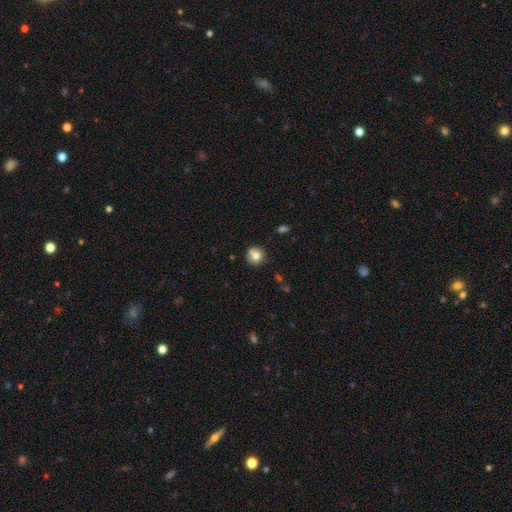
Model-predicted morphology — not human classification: Smooth or featured? Predicted: smooth (p=0.74). How rounded? Predicted: round (p=0.91). Merging? Predicted: none (p=0.70).